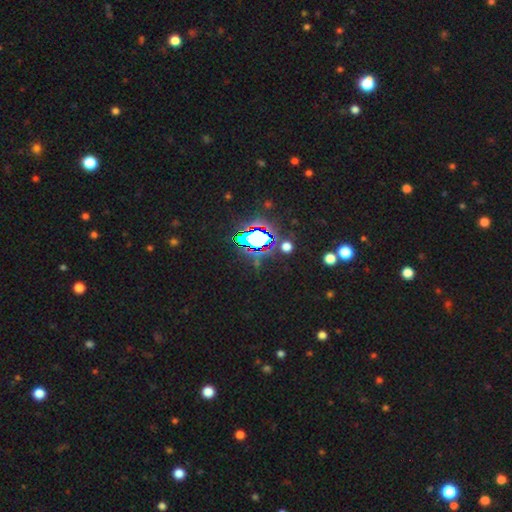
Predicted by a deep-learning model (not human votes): star or artifact 83%, smooth 10%, featured or disk 7%.